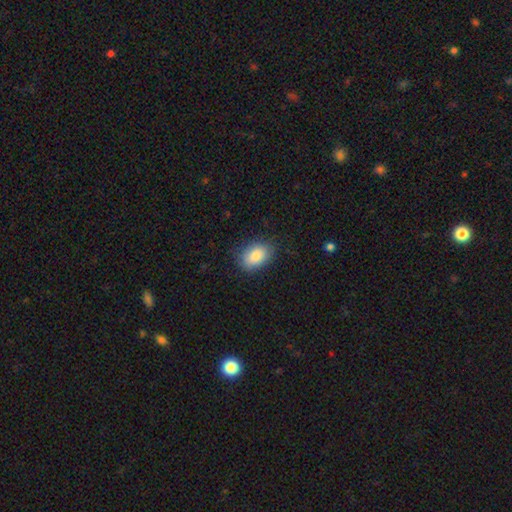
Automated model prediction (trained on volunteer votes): This appears to be a smooth galaxy with no disk features (85%) that is in between round and cigar-shaped (84%). Merging: none (81%).